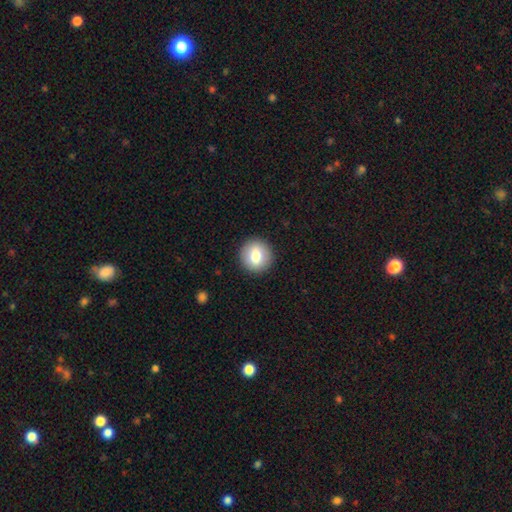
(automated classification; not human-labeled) Morphology: type=smooth (77%); roundness=round (92%); merging=none (91%).